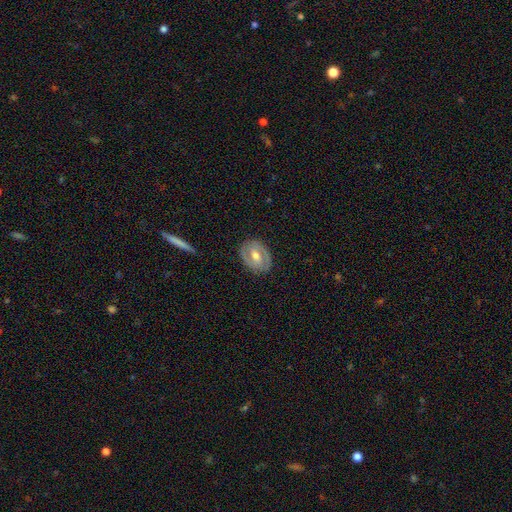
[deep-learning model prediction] Smooth or featured?
  - featured or disk: 69% *
  - smooth: 26%
  - star or artifact: 5%
Edge-on disk?
  - no: 95% *
  - yes: 5%
Bar?
  - weak: 46% *
  - strong: 27%
  - no: 27%
Spiral arms?
  - yes: 70% *
  - no: 30%
Bulge size?
  - moderate: 73% *
  - small: 18%
  - large: 7%
  - none: 1%
  - dominant: 1%
Merging?
  - none: 85% *
  - minor disturbance: 11%
  - major disturbance: 3%
  - merger: 1%